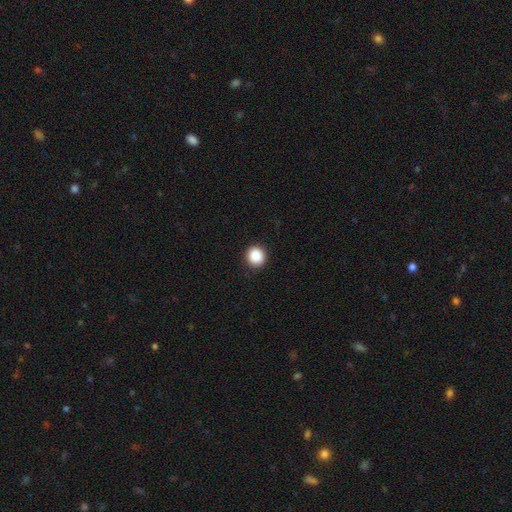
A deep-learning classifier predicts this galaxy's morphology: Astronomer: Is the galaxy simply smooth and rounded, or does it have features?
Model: smooth — 88%.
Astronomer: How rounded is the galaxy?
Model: round — 92%.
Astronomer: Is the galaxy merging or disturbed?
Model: none — 92%.